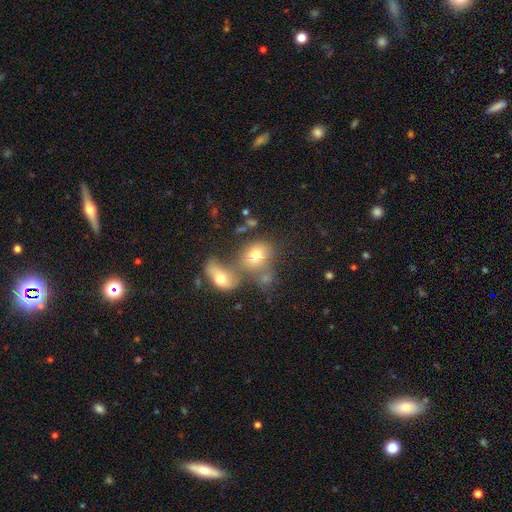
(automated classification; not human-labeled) Smooth or featured? smooth (71%)
How rounded? in between (57%)
Merging? merger (53%)